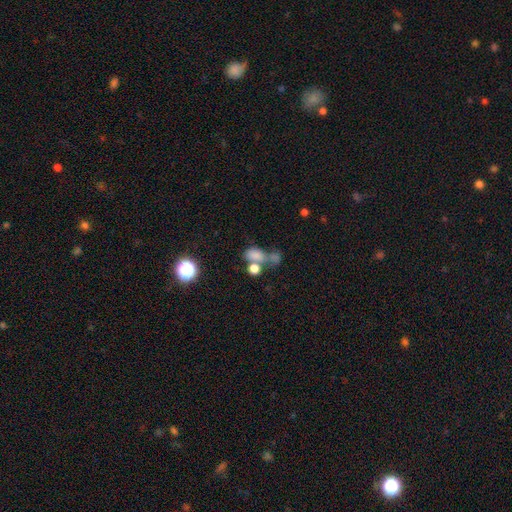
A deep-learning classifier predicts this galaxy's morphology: A smooth galaxy with no disk features (71%) that is in between round and cigar-shaped (72%).

Vote fractions:
- Smooth or featured? smooth: 71% / star or artifact: 16% / featured or disk: 13%
- How rounded? in between: 72% / round: 25% / cigar-shaped: 3%
- Merging? merger: 46% / none: 28% / major disturbance: 14% / minor disturbance: 12%